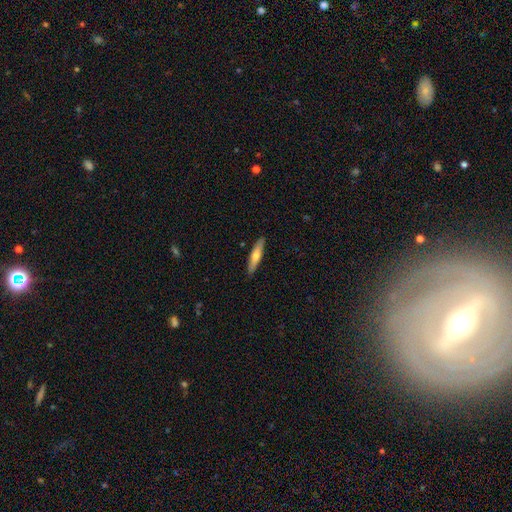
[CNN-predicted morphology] smooth_or_featured: smooth (p=0.60) [alt: featured or disk p=0.35]
how_rounded: cigar-shaped (p=0.86) [alt: in between p=0.13]
merging: none (p=0.89) [alt: minor disturbance p=0.08]